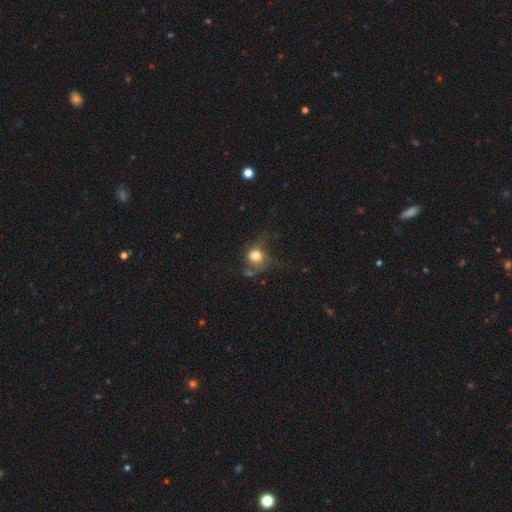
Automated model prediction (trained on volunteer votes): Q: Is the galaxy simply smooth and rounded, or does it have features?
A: smooth — 66%.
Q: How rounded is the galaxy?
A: round — 80%.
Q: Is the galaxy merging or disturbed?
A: none — 43%.